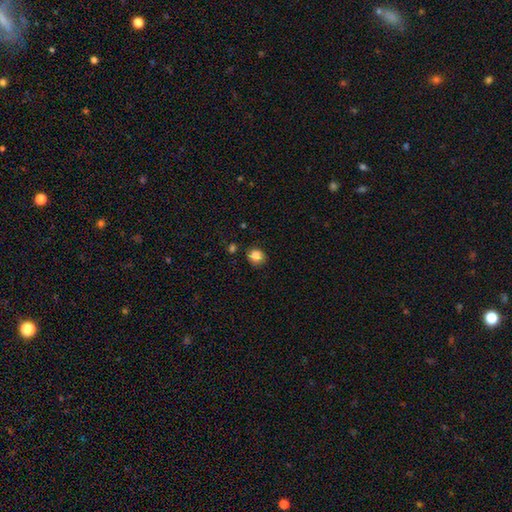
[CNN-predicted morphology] Smooth or featured? smooth (85%)
How rounded? round (81%)
Merging? none (85%)